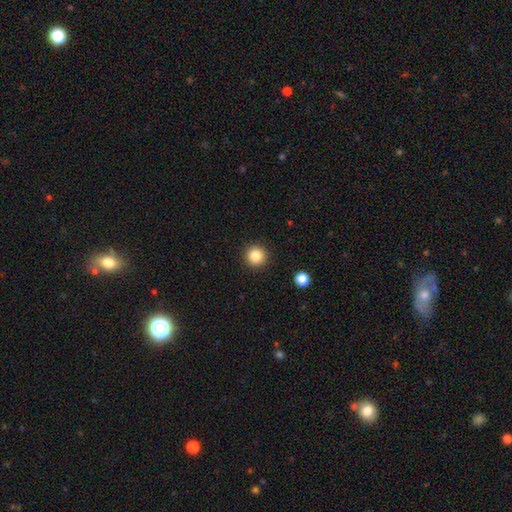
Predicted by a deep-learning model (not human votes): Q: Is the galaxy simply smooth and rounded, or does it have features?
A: smooth — 84%.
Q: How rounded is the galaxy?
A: round — 95%.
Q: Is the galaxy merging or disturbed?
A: none — 92%.